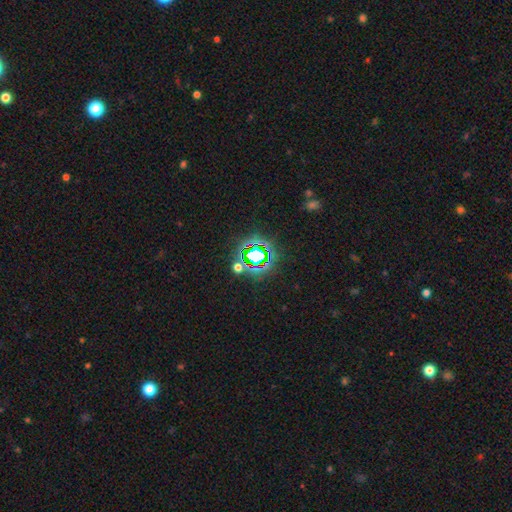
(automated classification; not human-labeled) This is likely a star or artifact rather than a galaxy (71%).